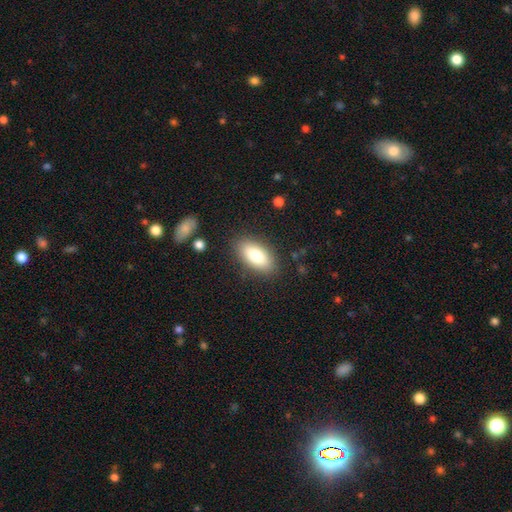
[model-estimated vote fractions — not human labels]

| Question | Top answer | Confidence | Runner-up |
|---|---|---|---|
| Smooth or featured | smooth | 80% | featured or disk (13%) |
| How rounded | in between | 89% | cigar-shaped (8%) |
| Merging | none | 85% | minor disturbance (10%) |